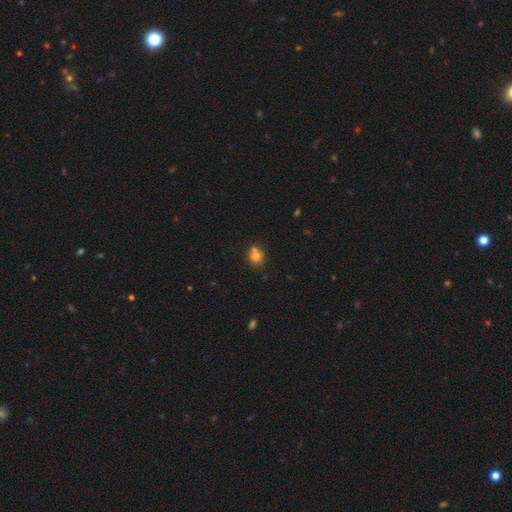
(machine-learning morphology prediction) Overall: smooth (73%). How rounded: round (77%). Merging: none (51%; merger 36%).